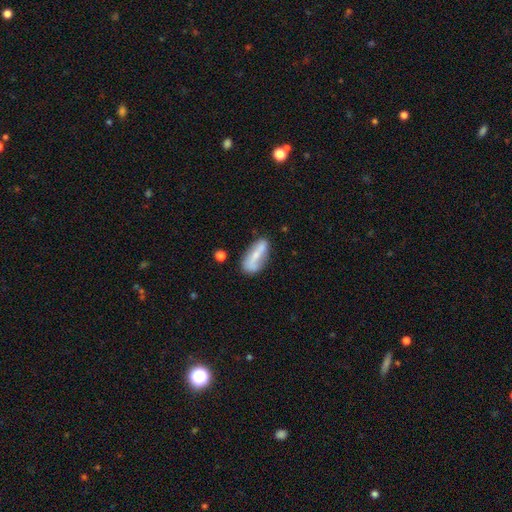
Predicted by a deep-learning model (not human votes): smooth-or-featured: featured or disk: 47% | smooth: 46% | star or artifact: 7%
  merging: none: 60% | minor disturbance: 23% | merger: 9% | major disturbance: 8%